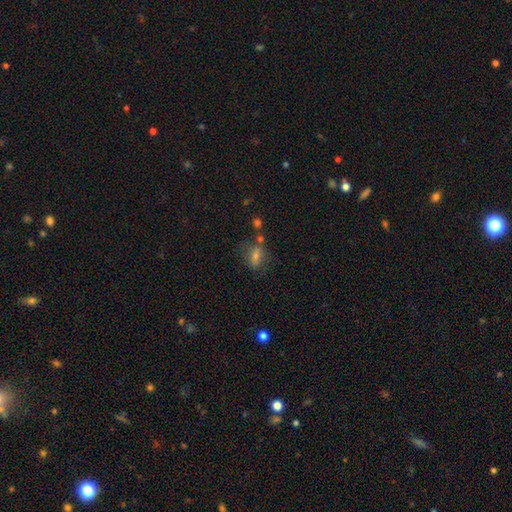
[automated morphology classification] A smooth galaxy with no disk features (64%) that is in between round and cigar-shaped (70%). Merging: none (57%).